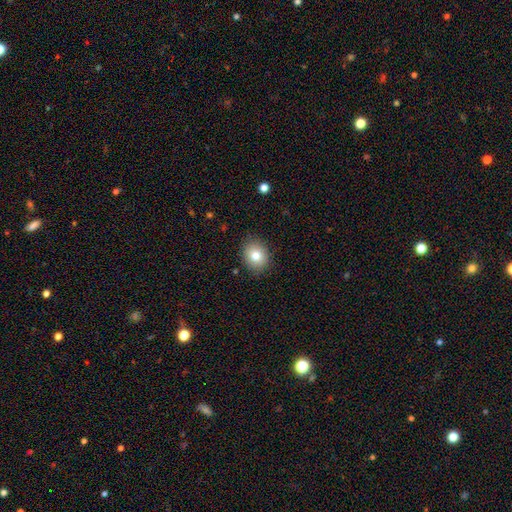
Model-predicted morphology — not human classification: smooth_or_featured: smooth (p=0.80) [alt: featured or disk p=0.10]
how_rounded: round (p=0.55) [alt: in between p=0.45]
merging: none (p=0.87) [alt: minor disturbance p=0.10]